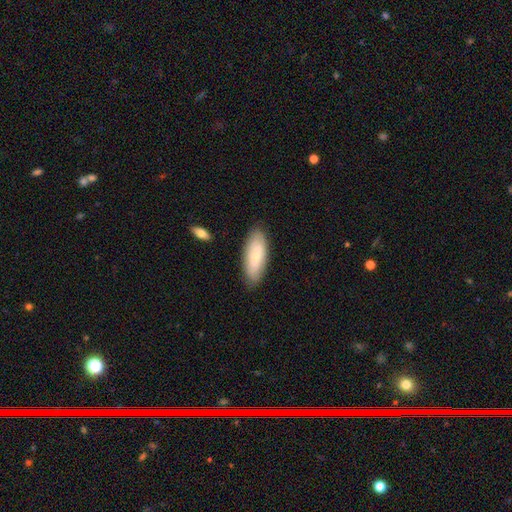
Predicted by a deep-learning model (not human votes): Smooth or featured? smooth (68%)
How rounded? in between (73%)
Merging? none (84%)